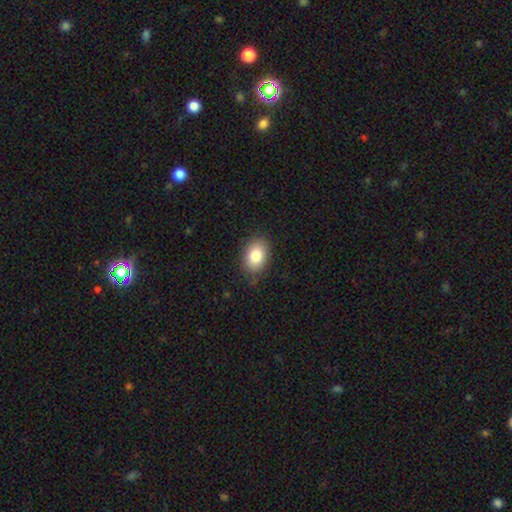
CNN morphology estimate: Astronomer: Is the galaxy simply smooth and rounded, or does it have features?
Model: smooth — 83%.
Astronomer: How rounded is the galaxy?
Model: in between — 80%.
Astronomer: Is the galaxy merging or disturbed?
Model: none — 82%.